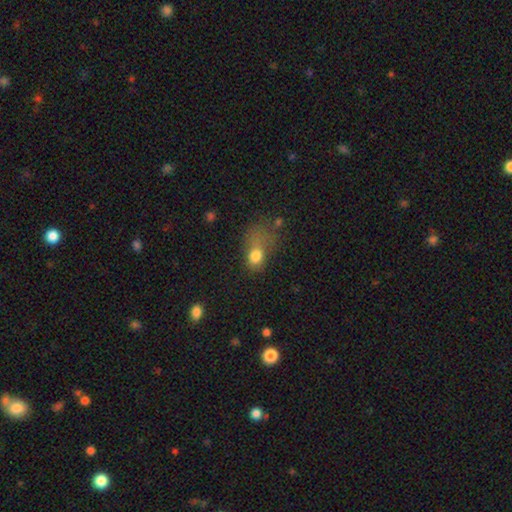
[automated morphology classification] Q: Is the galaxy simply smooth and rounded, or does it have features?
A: smooth — 75%.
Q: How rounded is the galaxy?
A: in between — 69%.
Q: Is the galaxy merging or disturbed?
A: major disturbance — 49%.